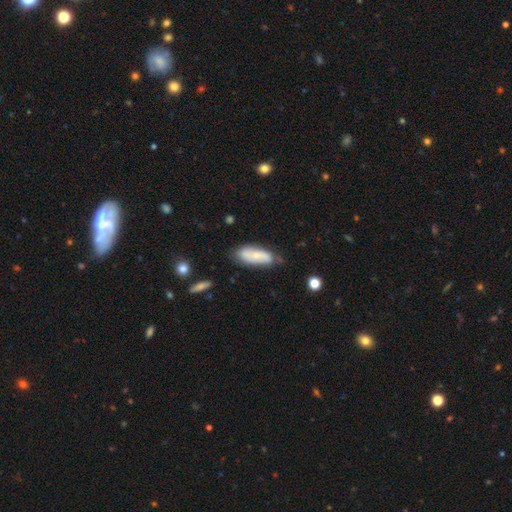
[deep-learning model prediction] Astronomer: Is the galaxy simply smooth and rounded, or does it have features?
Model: smooth — 54% (runner-up: featured or disk, 40%).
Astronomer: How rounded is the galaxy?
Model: in between — 75%.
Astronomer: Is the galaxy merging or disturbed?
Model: none — 69%.